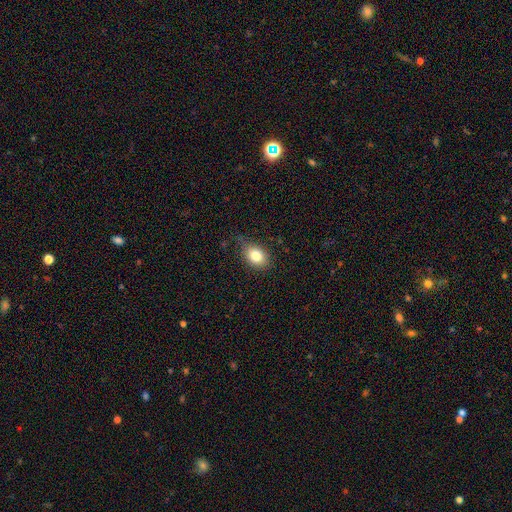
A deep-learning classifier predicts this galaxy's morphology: smooth 80%, featured or disk 10%, star or artifact 9%. Down the decision tree: how rounded — in between (73%); merging — none (67%).